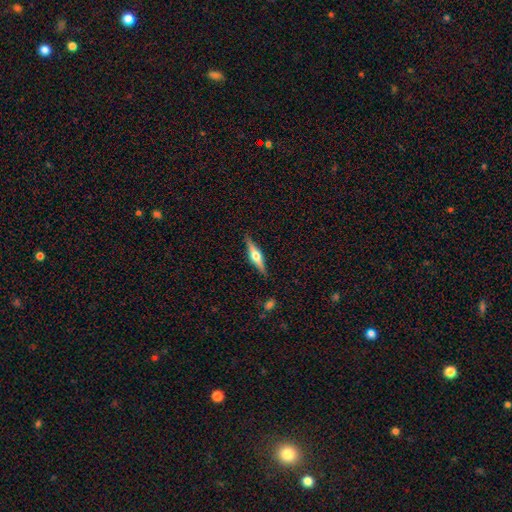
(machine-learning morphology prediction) A featured or disk galaxy (73%) viewed edge-on (97%) with a rounded central bulge (94%).

Vote fractions:
- Smooth or featured? featured or disk: 73% / smooth: 22% / star or artifact: 6%
- Edge-on disk? yes: 97% / no: 3%
- Edge-on bulge? rounded: 94% / boxy: 4% / none: 2%
- Merging? none: 89% / minor disturbance: 8% / major disturbance: 2% / merger: 1%